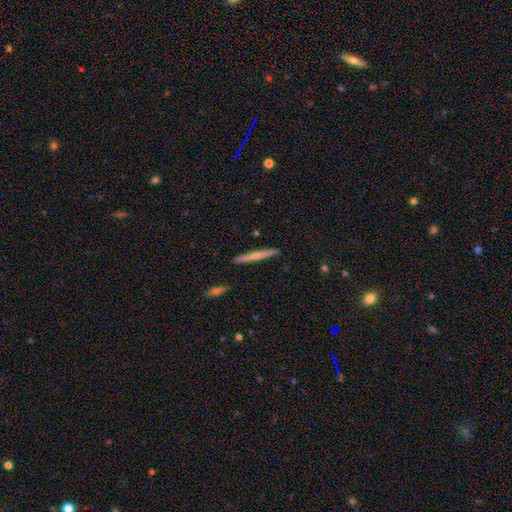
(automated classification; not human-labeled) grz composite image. It shows a smooth galaxy with no disk features (54%) that is cigar-shaped (96%). Merging: none (91%).